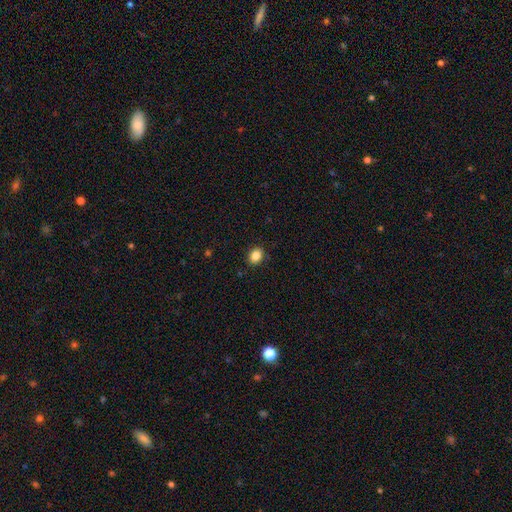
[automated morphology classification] type=smooth (86%); roundness=in between (50%); merging=none (89%).